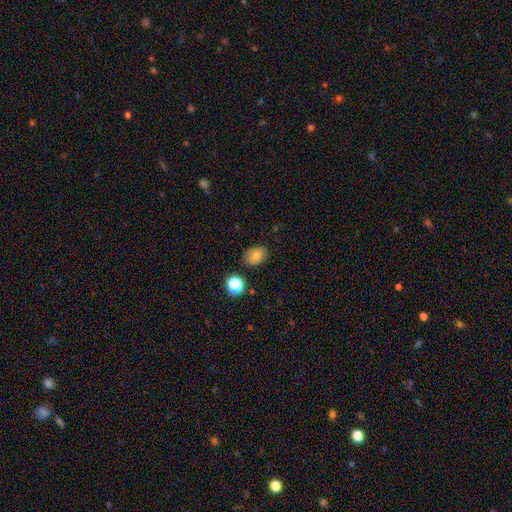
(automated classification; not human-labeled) Morphology: type=smooth (78%); roundness=in between (68%); merging=none (84%).